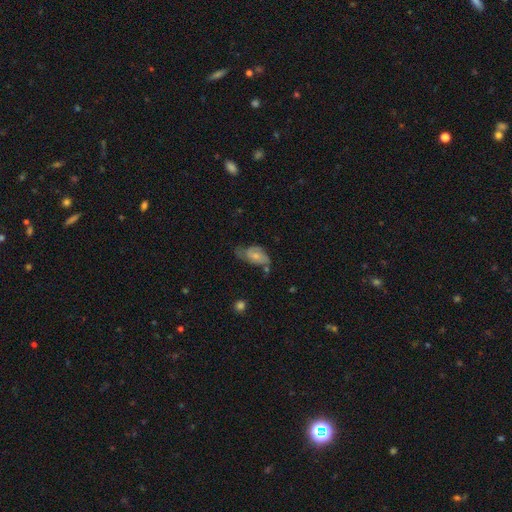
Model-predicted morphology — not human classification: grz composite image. It shows a featured or disk galaxy (54%) with no bar (66%), spiral arms (81%) and a small central bulge (49%). Merging: none (39%).